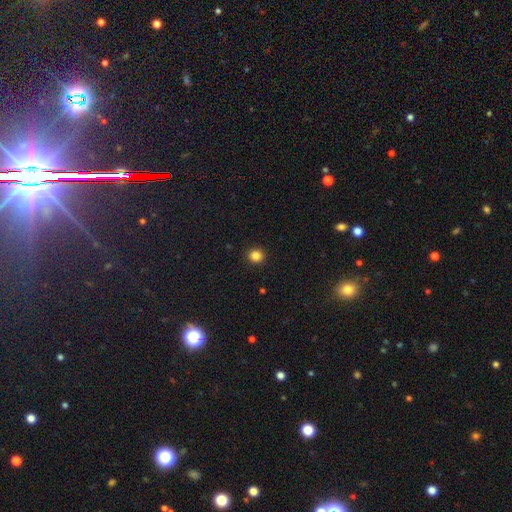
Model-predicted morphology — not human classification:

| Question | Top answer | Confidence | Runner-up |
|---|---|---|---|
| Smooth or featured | smooth | 85% | star or artifact (12%) |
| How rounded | round | 88% | in between (11%) |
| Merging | none | 93% | minor disturbance (5%) |